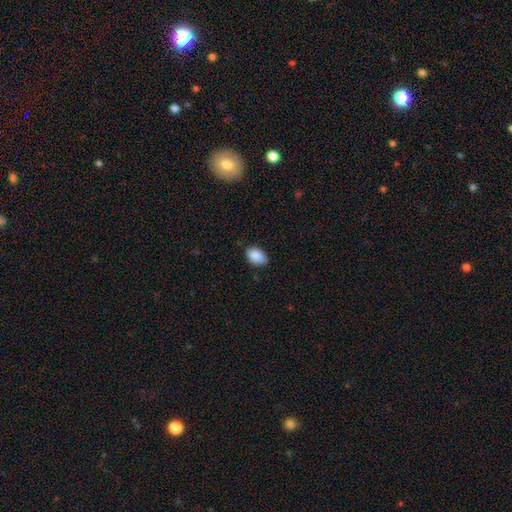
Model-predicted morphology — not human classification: Overall: smooth (87%). How rounded: in between (85%). Merging: none (69%).